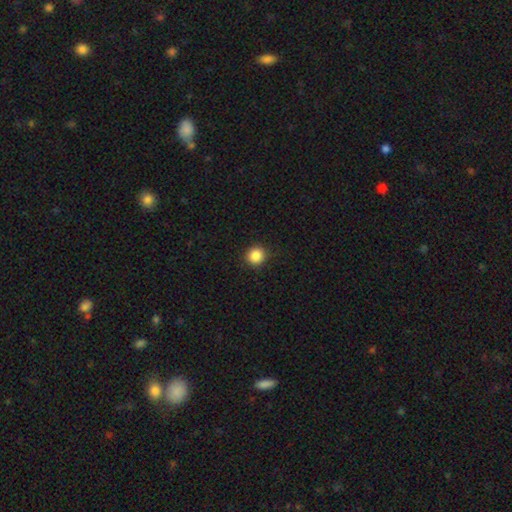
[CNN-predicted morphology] smooth-or-featured: smooth: 87% | star or artifact: 10% | featured or disk: 3%
  how-rounded: round: 92% | in between: 7% | cigar-shaped: 1%
  merging: none: 90% | minor disturbance: 7% | major disturbance: 2% | merger: 1%